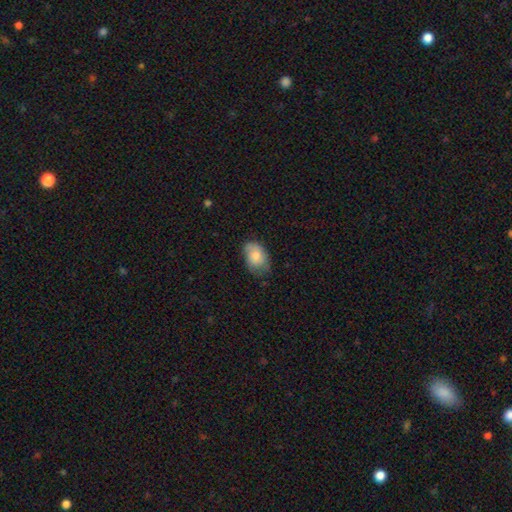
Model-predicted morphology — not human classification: smooth-or-featured: smooth: 77% | featured or disk: 16% | star or artifact: 7%
  how-rounded: in between: 84% | round: 15% | cigar-shaped: 1%
  merging: none: 57% | minor disturbance: 32% | major disturbance: 9% | merger: 1%